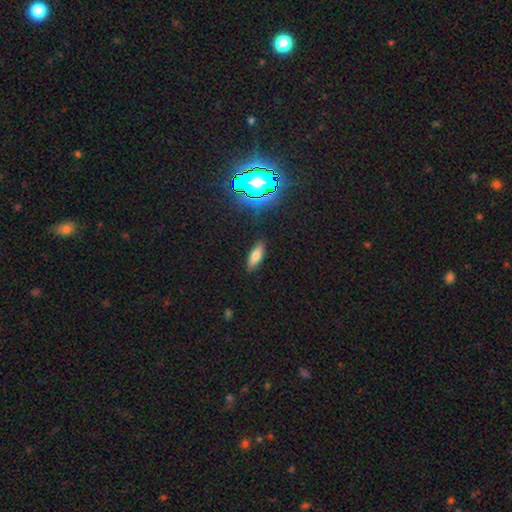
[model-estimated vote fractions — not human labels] This is likely a smooth galaxy (72%). How rounded: likely in between (65%). Merging: clearly none (87%).